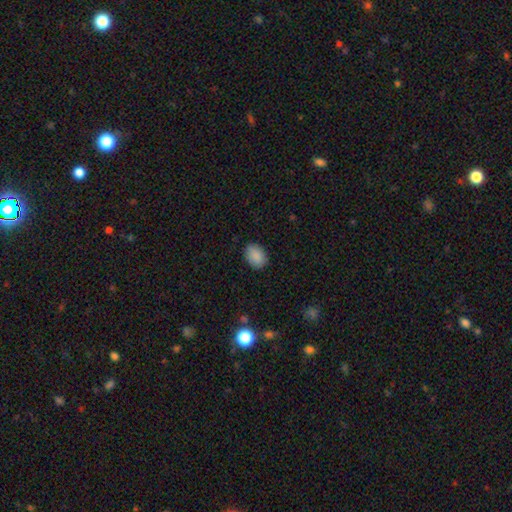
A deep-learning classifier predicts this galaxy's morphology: This appears to be a smooth galaxy with no disk features (88%) that is in between round and cigar-shaped (79%). Merging: none (83%).